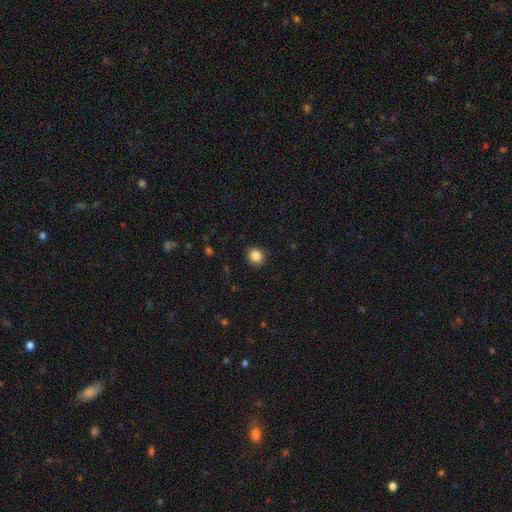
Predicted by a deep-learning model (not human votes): A smooth galaxy with no disk features (86%) that is round (85%). Merging: none (91%).